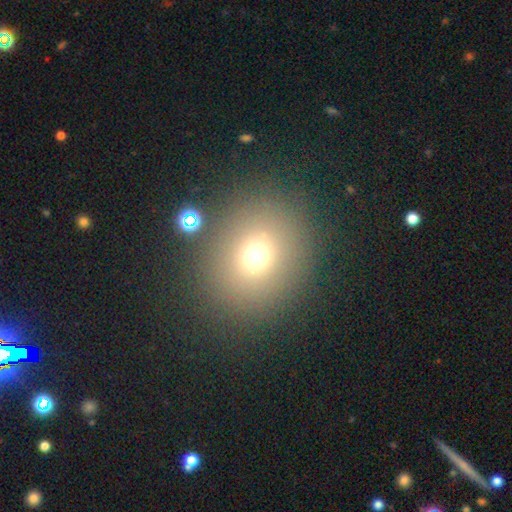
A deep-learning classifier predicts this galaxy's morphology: This appears to be a smooth galaxy with no disk features (71%) that is round (74%). Merging: none (83%).